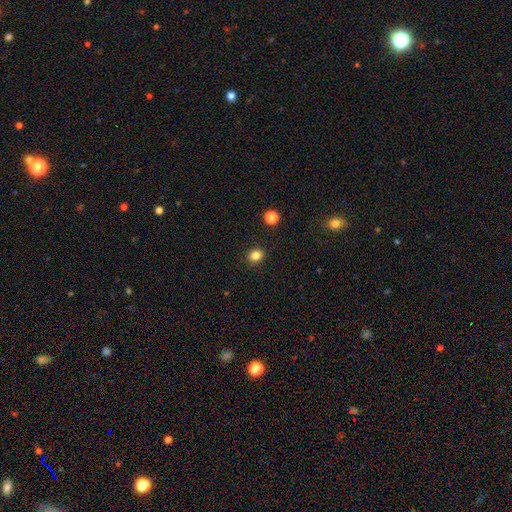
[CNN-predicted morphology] This appears to be a smooth galaxy with no disk features (83%) that is round (72%). Merging: none (91%).